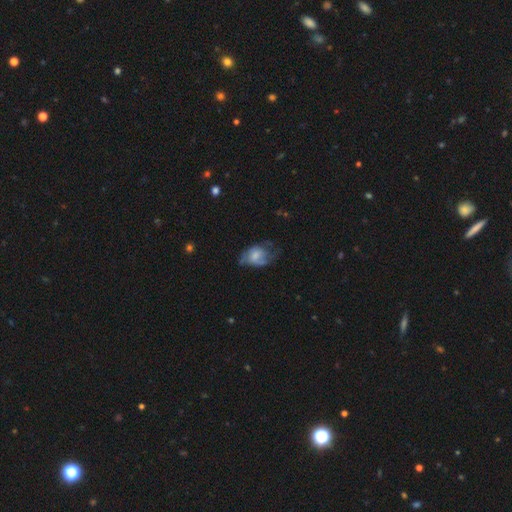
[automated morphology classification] Q: Smooth or featured?
A: smooth (48%); runner-up: featured or disk (43%)
Q: Merging?
A: major disturbance (33%); tied with: none (33%)